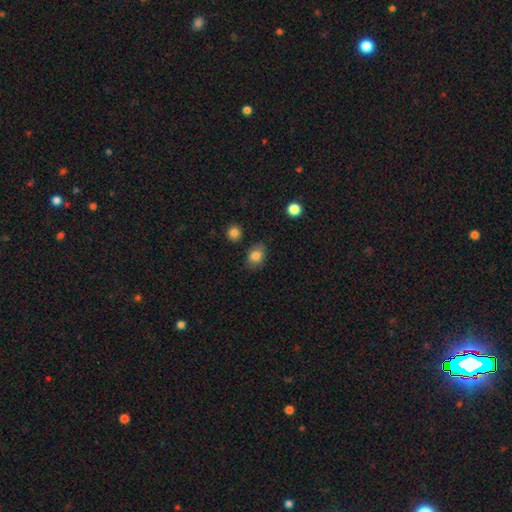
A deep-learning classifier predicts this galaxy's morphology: type=smooth (84%); roundness=in between (63%); merging=none (79%).